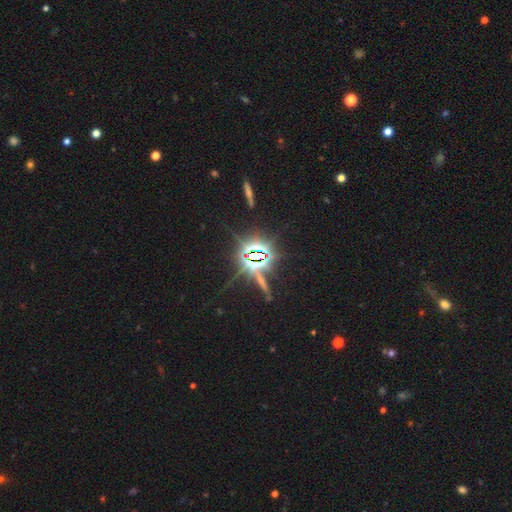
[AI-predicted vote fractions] The model was most divided on "smooth or featured": star or artifact: 78%, featured or disk: 11%, smooth: 11%.